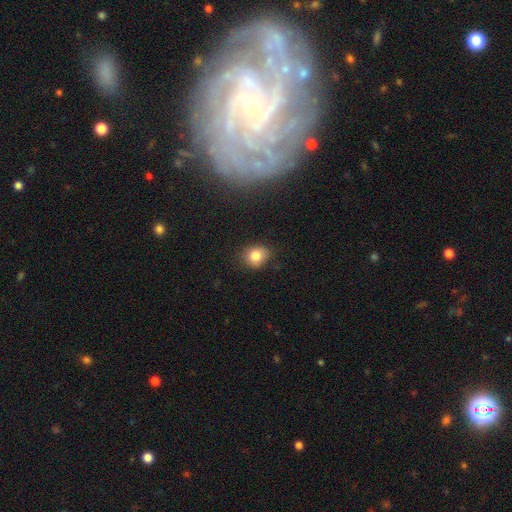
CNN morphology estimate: This appears to be a smooth galaxy with no disk features (81%) that is round (64%). Merging: none (79%).